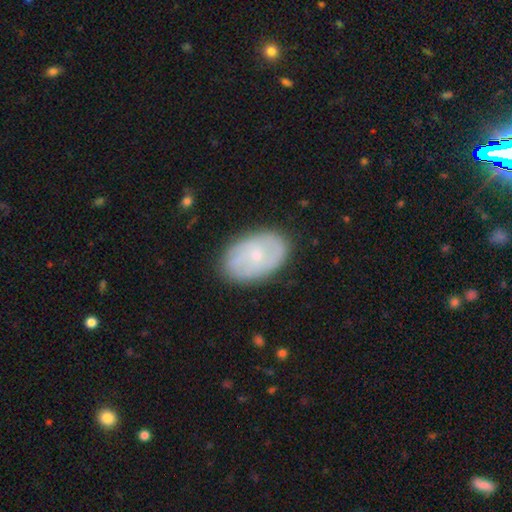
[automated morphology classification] featured or disk 51%, smooth 42%, star or artifact 7%. Down the decision tree: edge-on disk — no (95%); merging — none (82%).